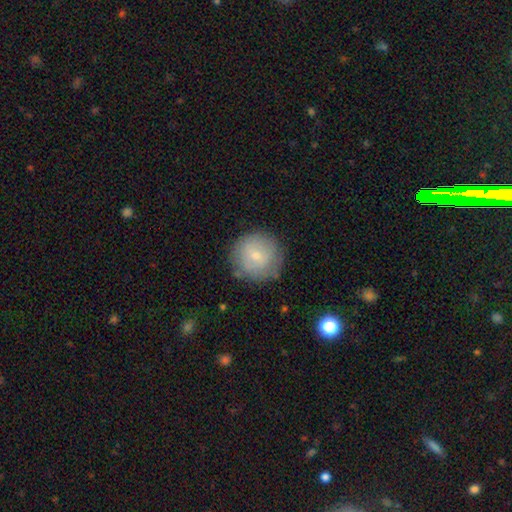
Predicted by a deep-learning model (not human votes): smooth 68%, featured or disk 24%, star or artifact 8%. Down the decision tree: how rounded — round (94%); merging — none (78%).